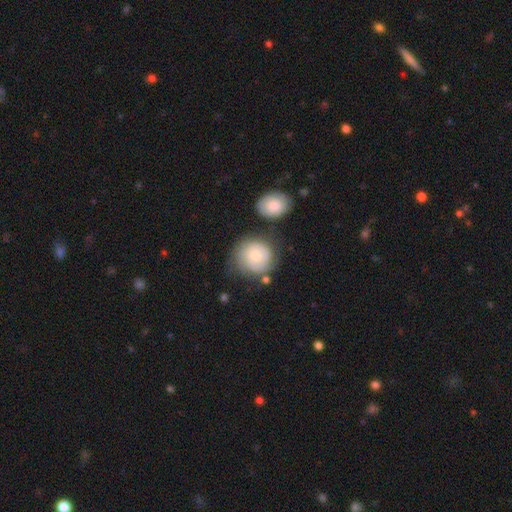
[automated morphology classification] A smooth galaxy with no disk features (63%) that is round (87%).

Vote fractions:
- Smooth or featured? smooth: 63% / featured or disk: 31% / star or artifact: 7%
- How rounded? round: 87% / in between: 12% / cigar-shaped: 1%
- Merging? none: 59% / minor disturbance: 22% / merger: 9% / major disturbance: 9%